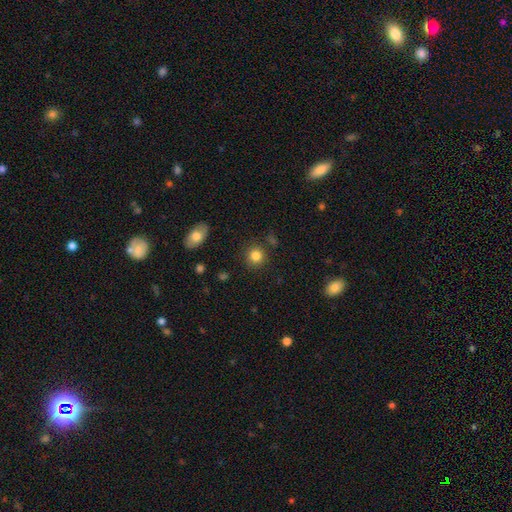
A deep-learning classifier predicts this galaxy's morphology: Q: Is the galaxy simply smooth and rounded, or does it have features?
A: smooth — 84%.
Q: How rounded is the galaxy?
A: round — 89%.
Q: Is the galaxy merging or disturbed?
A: none — 86%.